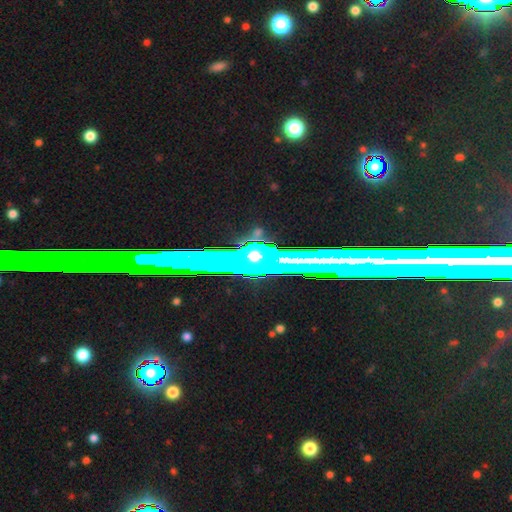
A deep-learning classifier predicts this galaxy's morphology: smooth-or-featured: featured or disk: 51% | star or artifact: 30% | smooth: 19%
  disk-edge-on: yes: 69% | no: 31%
  merging: none: 81% | minor disturbance: 12% | major disturbance: 4% | merger: 3%